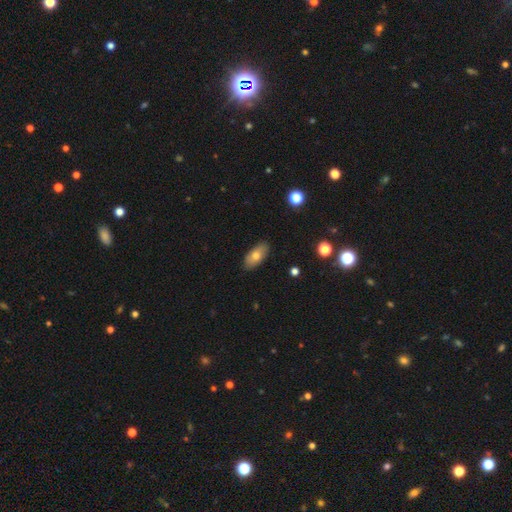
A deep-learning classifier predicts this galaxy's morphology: Overall: smooth (74%). How rounded: in between (87%). Merging: none (88%).